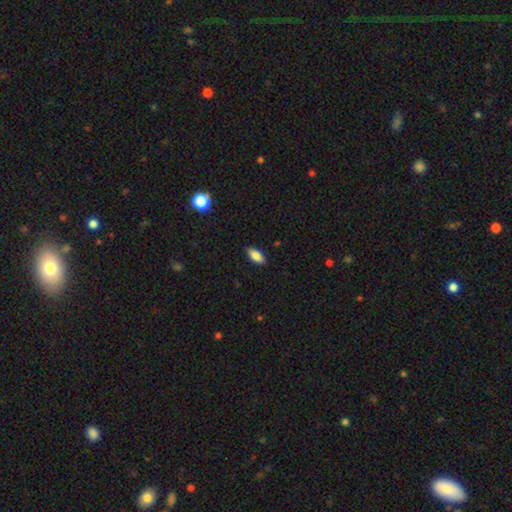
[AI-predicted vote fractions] smooth-or-featured: smooth: 81% | featured or disk: 11% | star or artifact: 7%
  how-rounded: in between: 83% | cigar-shaped: 15% | round: 3%
  merging: none: 88% | minor disturbance: 9% | major disturbance: 2% | merger: 1%